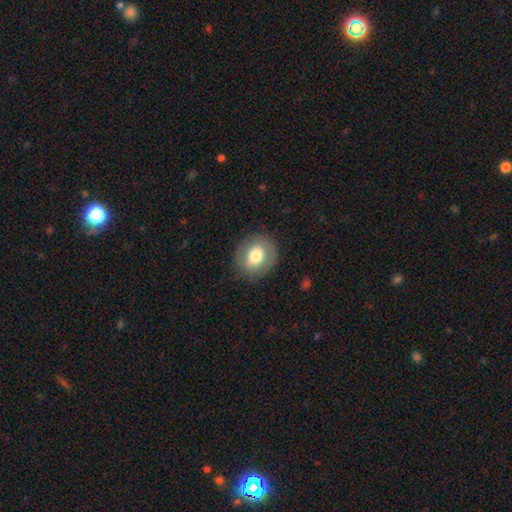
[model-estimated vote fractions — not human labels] smooth-or-featured: smooth: 66% | featured or disk: 26% | star or artifact: 8%
  how-rounded: round: 66% | in between: 33% | cigar-shaped: 1%
  merging: none: 83% | minor disturbance: 11% | major disturbance: 5% | merger: 1%